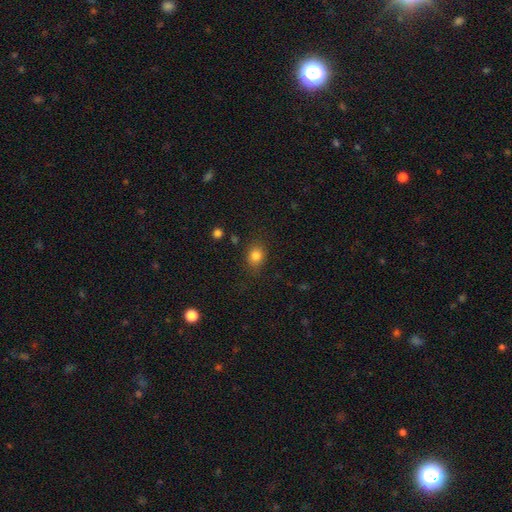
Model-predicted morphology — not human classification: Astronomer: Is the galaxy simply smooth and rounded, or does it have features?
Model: smooth — 82%.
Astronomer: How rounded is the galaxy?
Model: round — 56% (runner-up: in between, 43%).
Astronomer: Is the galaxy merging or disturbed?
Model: none — 79%.